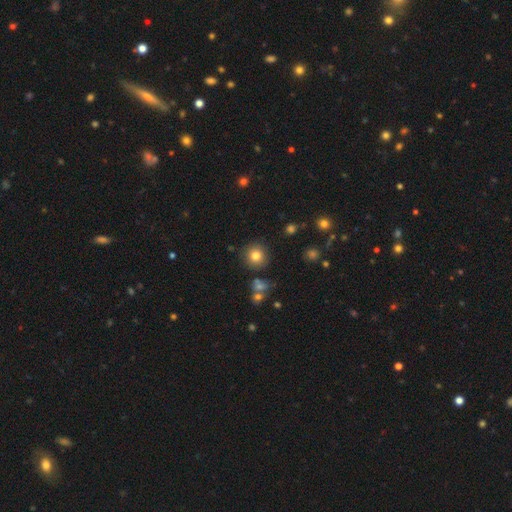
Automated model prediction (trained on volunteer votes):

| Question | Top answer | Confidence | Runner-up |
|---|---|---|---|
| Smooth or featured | smooth | 79% | star or artifact (12%) |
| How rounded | round | 93% | in between (6%) |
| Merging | none | 87% | minor disturbance (7%) |